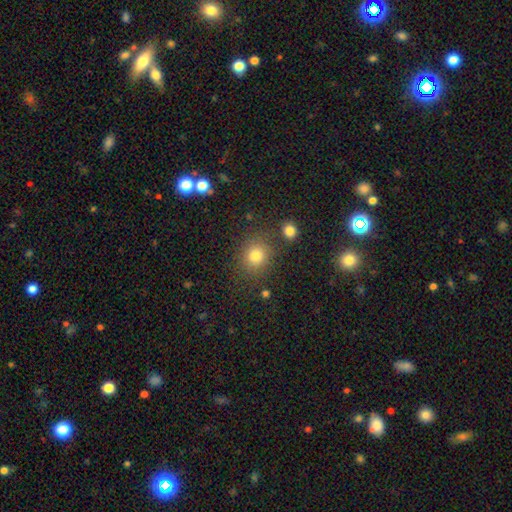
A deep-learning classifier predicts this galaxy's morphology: Smooth or featured? smooth (79%)
How rounded? round (77%)
Merging? none (80%)